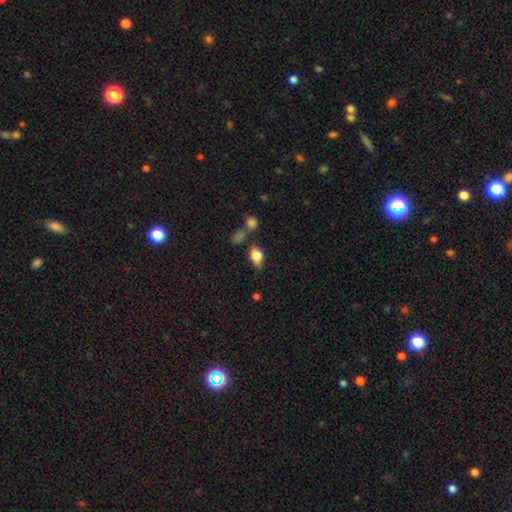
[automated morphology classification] Smooth or featured? smooth (78%)
How rounded? in between (77%)
Merging? none (47%)